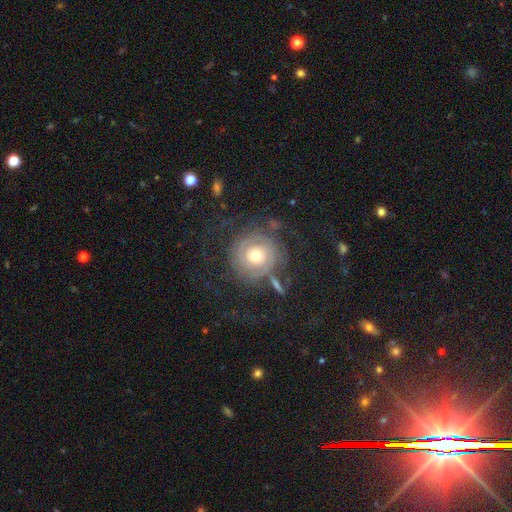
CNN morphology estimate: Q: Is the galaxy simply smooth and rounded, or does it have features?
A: featured or disk — 76%.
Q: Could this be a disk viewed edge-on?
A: no — 97%.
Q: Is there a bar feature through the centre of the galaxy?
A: no — 79%.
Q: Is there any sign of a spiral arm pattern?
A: yes — 87%.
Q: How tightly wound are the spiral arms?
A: tight — 76%.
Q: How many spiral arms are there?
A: can't tell — 37%.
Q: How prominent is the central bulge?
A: moderate — 68%.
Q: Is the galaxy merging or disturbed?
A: none — 67%.